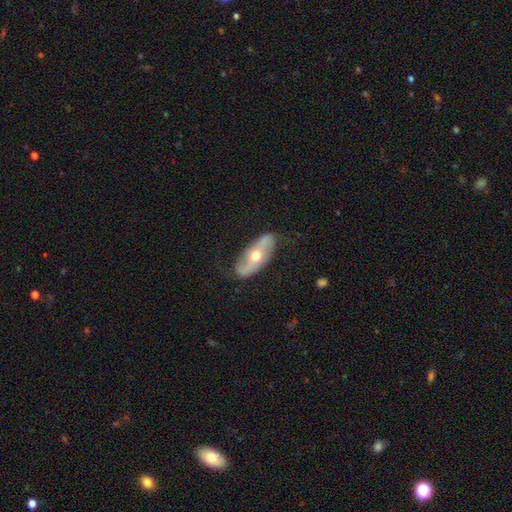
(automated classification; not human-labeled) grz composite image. It shows a featured or disk galaxy (61%). Merging: none (73%).